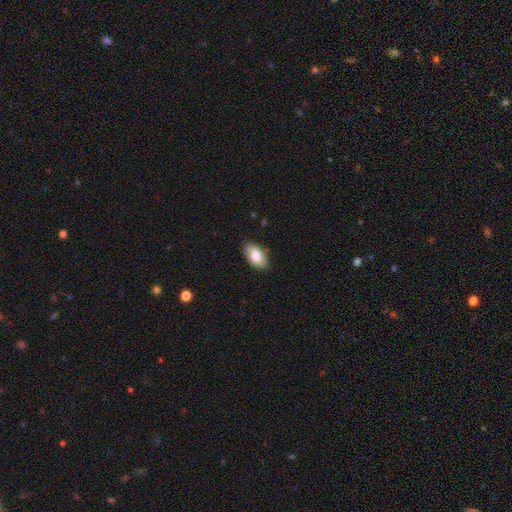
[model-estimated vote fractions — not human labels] Smooth or featured? Predicted: smooth (p=0.81). How rounded? Predicted: in between (p=0.94). Merging? Predicted: none (p=0.87).